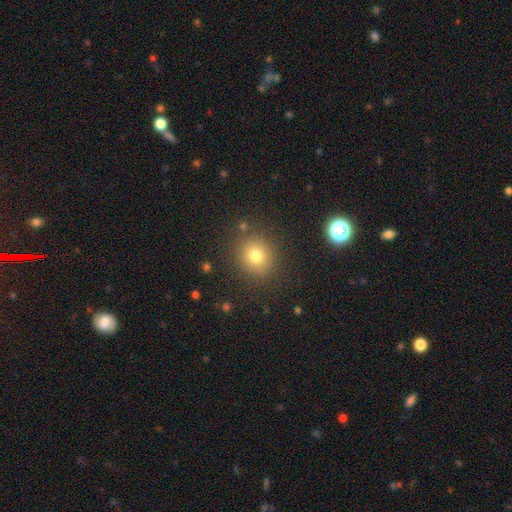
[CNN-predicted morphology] A smooth galaxy with no disk features (76%) that is round (88%). Merging: none (86%).